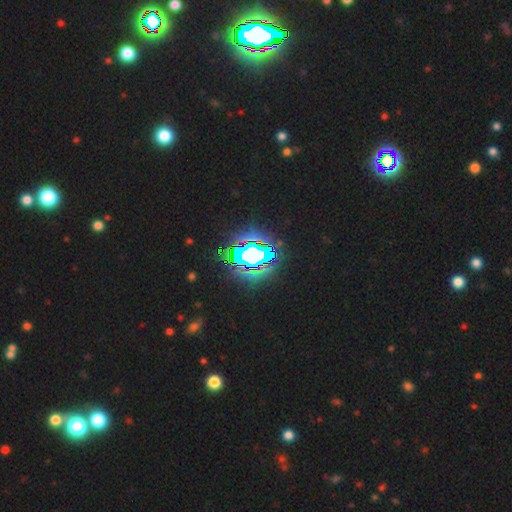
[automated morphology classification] Q: Smooth or featured?
A: star or artifact (84%); runner-up: smooth (9%)